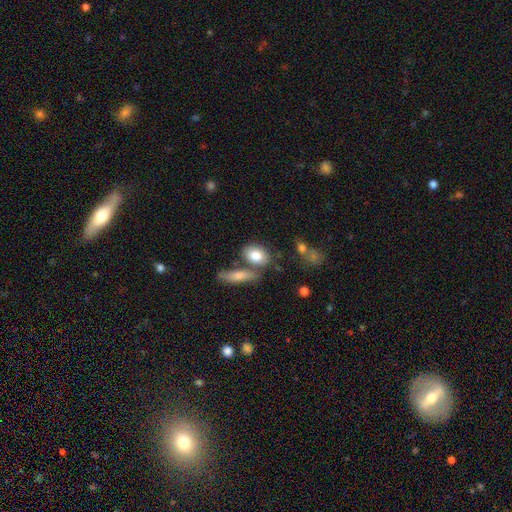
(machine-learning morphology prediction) smooth-or-featured: smooth: 81% | featured or disk: 12% | star or artifact: 7%
  how-rounded: in between: 76% | round: 20% | cigar-shaped: 4%
  merging: none: 60% | merger: 22% | minor disturbance: 13% | major disturbance: 4%